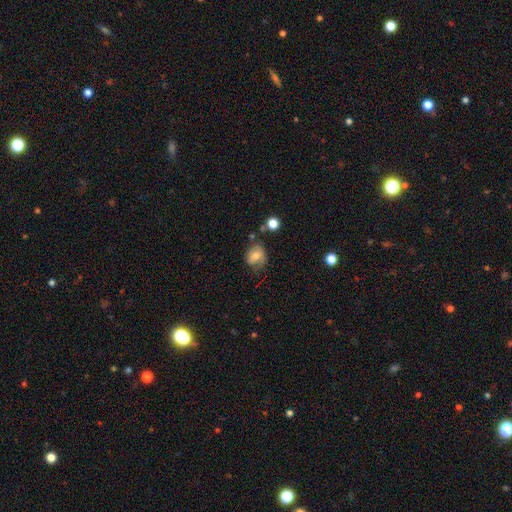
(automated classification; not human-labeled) This appears to be a smooth galaxy with no disk features (62%) that is round (52%). Merging: none (48%).